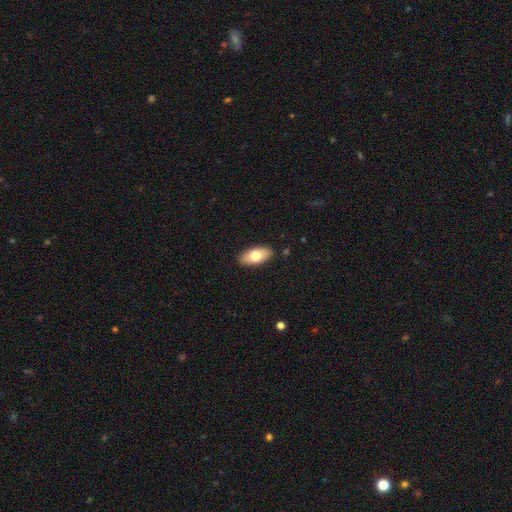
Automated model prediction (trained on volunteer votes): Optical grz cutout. It shows a smooth galaxy with no disk features (72%) that is in between round and cigar-shaped (90%). Merging: none (89%).